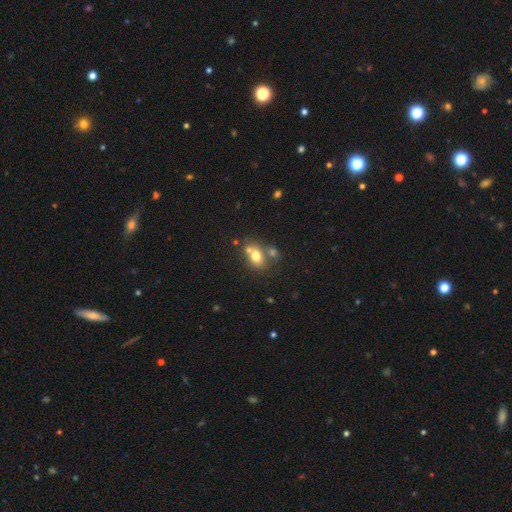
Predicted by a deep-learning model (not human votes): smooth_or_featured: smooth (p=0.72) [alt: featured or disk p=0.17]
how_rounded: in between (p=0.70) [alt: round p=0.28]
merging: none (p=0.44) [alt: merger p=0.39]